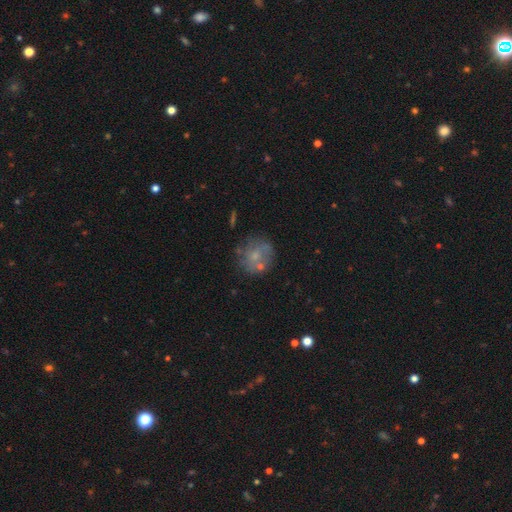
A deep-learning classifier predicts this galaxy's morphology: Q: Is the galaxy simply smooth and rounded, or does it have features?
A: smooth — 50%.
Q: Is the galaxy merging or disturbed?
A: none — 60%.